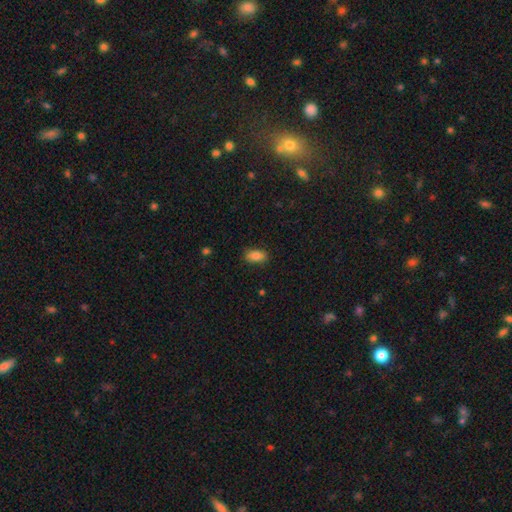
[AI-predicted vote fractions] smooth-or-featured: smooth: 83% | featured or disk: 9% | star or artifact: 8%
  how-rounded: in between: 88% | cigar-shaped: 7% | round: 5%
  merging: none: 86% | minor disturbance: 11% | major disturbance: 2% | merger: 1%